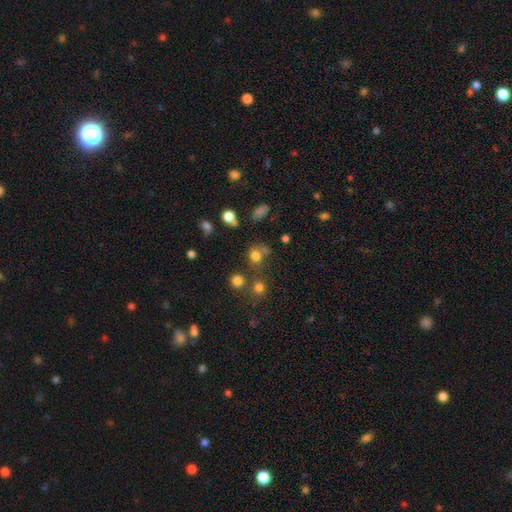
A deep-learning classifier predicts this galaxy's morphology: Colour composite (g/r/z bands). It shows a smooth galaxy with no disk features (73%) that is round (69%). Merging: none (54%).